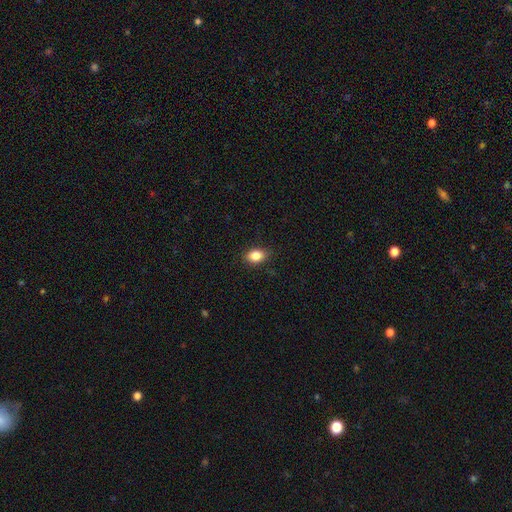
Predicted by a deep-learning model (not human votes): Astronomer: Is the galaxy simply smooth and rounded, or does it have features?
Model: smooth — 84%.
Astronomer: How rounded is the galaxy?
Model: in between — 75%.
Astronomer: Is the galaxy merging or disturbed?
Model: none — 83%.